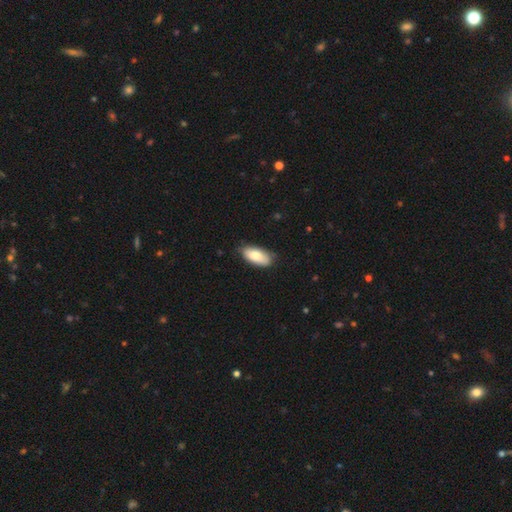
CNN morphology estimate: This appears to be a smooth galaxy with no disk features (80%) that is in between round and cigar-shaped (89%). Merging: none (77%).